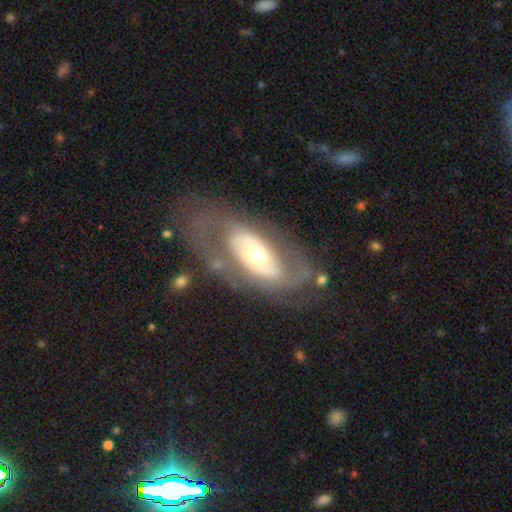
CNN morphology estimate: The model was most divided on "spiral winding": medium: 40%, tight: 35%, loose: 25%. More confident: edge-on disk — no (92%); smooth or featured — featured or disk (78%); spiral arms — yes (73%); spiral arm count — 2 (73%); bulge size — moderate (66%); merging — none (62%); bar — no (61%).